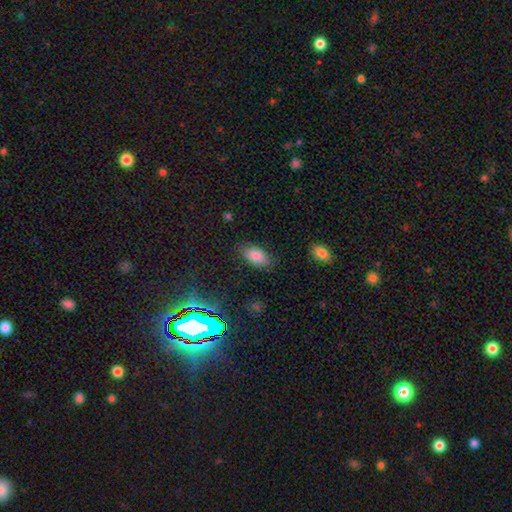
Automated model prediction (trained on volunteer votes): Overall: smooth (82%). How rounded: in between (93%). Merging: none (82%).